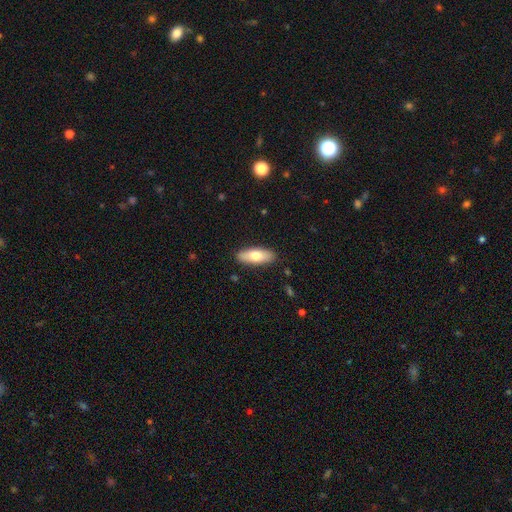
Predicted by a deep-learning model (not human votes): smooth 71%, featured or disk 23%, star or artifact 6%. Down the decision tree: how rounded — in between (73%); merging — none (89%).